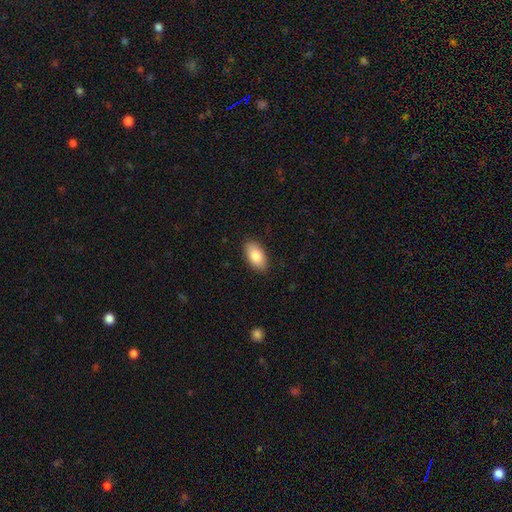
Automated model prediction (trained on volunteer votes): Morphology: type=smooth (86%); roundness=in between (94%); merging=none (87%).